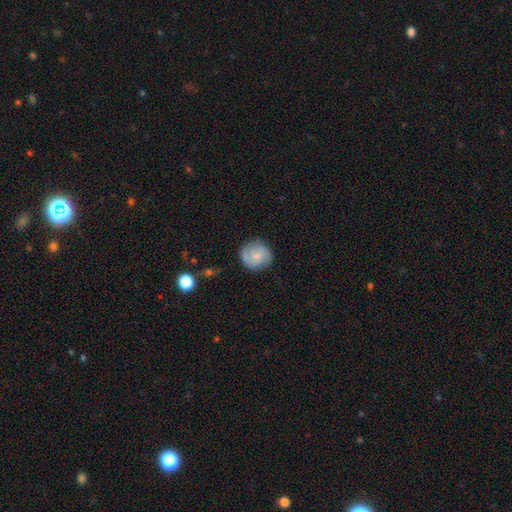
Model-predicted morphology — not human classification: This is possibly a featured or disk galaxy (47%). Merging: clearly none (81%).